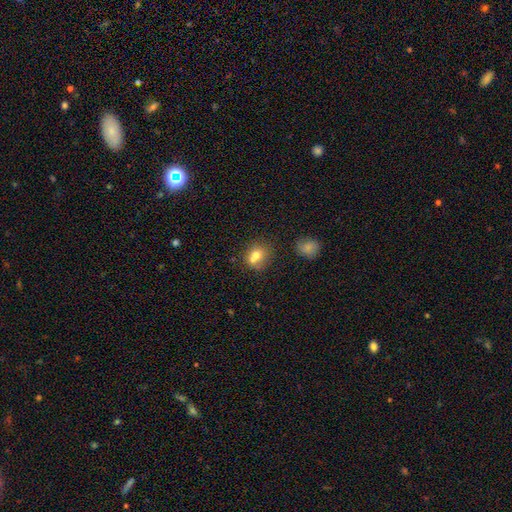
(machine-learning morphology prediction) This is likely a smooth galaxy (71%). How rounded: likely round (64%). Merging: marginally none (44%).